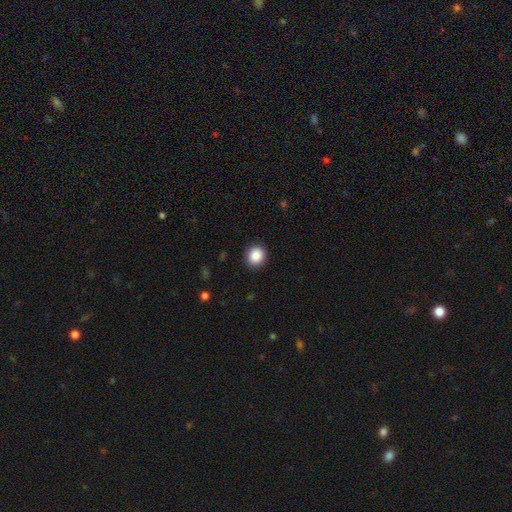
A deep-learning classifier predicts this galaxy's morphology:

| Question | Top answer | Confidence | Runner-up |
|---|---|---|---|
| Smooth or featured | smooth | 88% | star or artifact (9%) |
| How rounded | round | 85% | in between (14%) |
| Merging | none | 90% | minor disturbance (7%) |